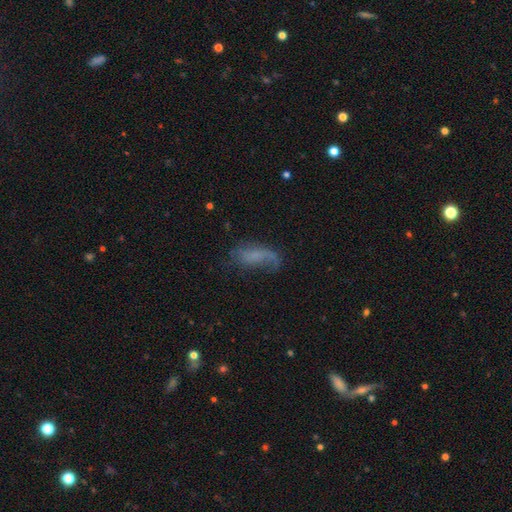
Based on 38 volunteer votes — Overall: featured or disk (55%; smooth 39%). Edge-on disk: no (90%). Bar: no (68%; weak 32%). Spiral arms: yes (84%). Spiral arm count: 1 (69%). Spiral winding: loose (69%). Bulge size: none (68%). Merging: none (50%; minor disturbance 25%).